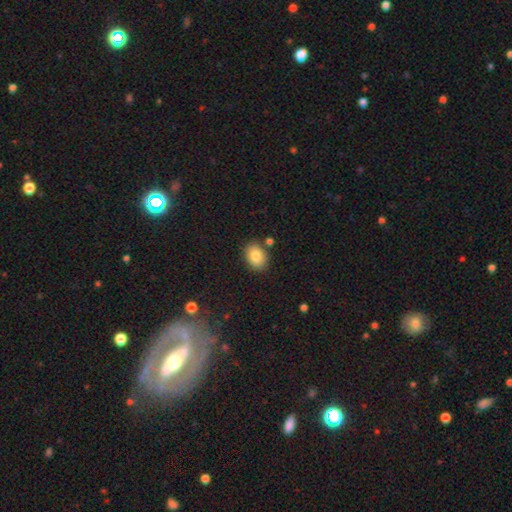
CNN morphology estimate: Smooth or featured: smooth — 84% (star or artifact — 8%)
How rounded: in between — 74% (round — 25%)
Merging: none — 83% (minor disturbance — 10%)